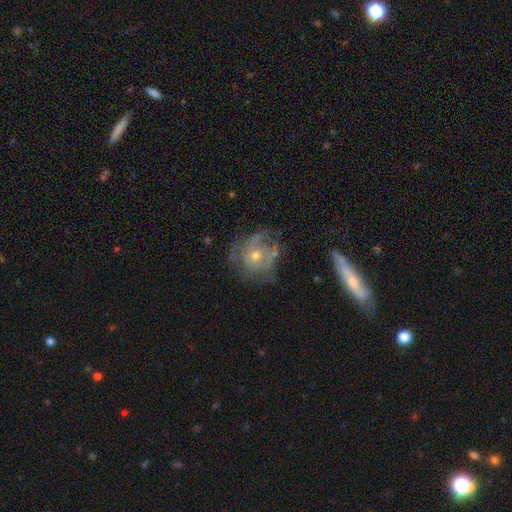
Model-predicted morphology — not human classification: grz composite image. It shows a featured or disk galaxy (64%) with no bar (84%), spiral arms (59%) and a moderate central bulge (49%). Merging: none (56%).